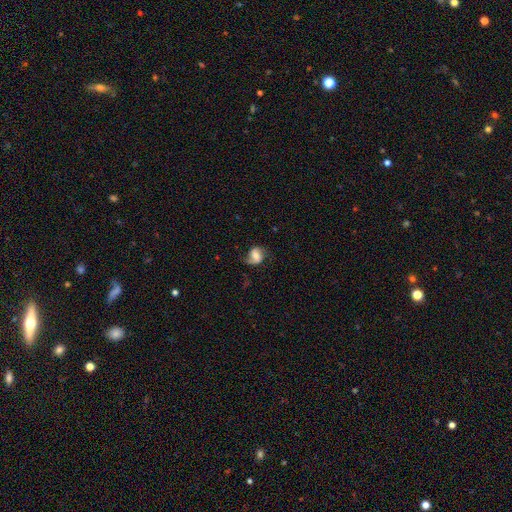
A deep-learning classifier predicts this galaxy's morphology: featured or disk 57%, smooth 35%, star or artifact 8%. Down the decision tree: edge-on disk — no (97%); bar — weak (41%); spiral arms — yes (89%); bulge size — moderate (54%); merging — none (61%).